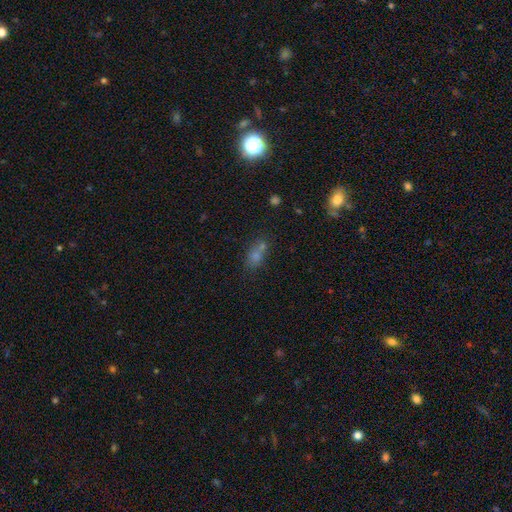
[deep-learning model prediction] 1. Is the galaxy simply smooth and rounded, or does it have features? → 56% smooth, 30% star or artifact, 14% featured or disk.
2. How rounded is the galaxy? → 55% in between, 38% round, 6% cigar-shaped.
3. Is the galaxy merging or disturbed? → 48% none, 36% merger, 11% minor disturbance, 6% major disturbance.